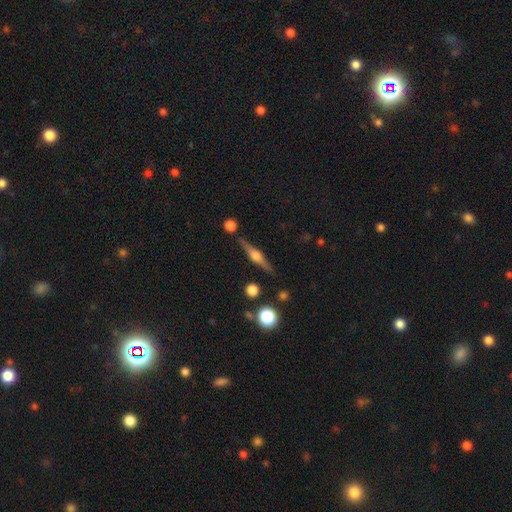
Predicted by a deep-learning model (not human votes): Smooth or featured? featured or disk (74%)
Edge-on disk? yes (97%)
Edge-on bulge? rounded (90%)
Merging? none (85%)